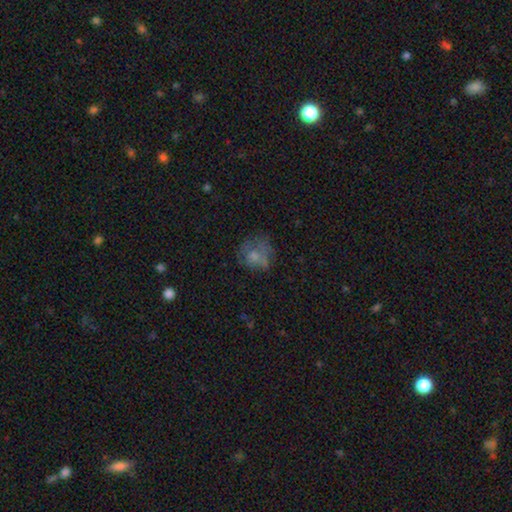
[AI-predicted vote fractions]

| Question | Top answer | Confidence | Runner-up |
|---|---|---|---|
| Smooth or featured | smooth | 61% | featured or disk (26%) |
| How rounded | round | 74% | in between (25%) |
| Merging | none | 48% | major disturbance (24%) |